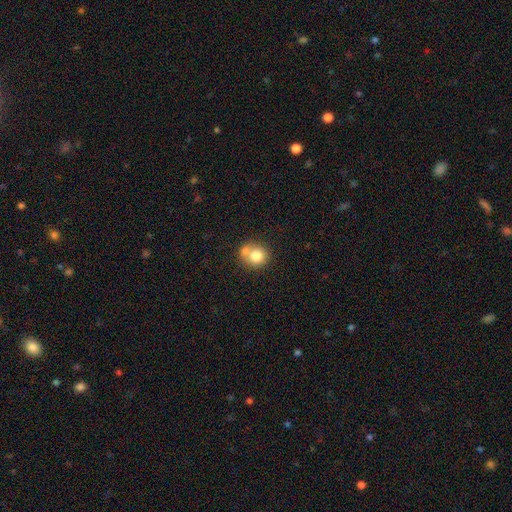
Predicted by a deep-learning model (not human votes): This appears to be a smooth galaxy with no disk features (77%) that is round (82%). Merging: merger (44%).